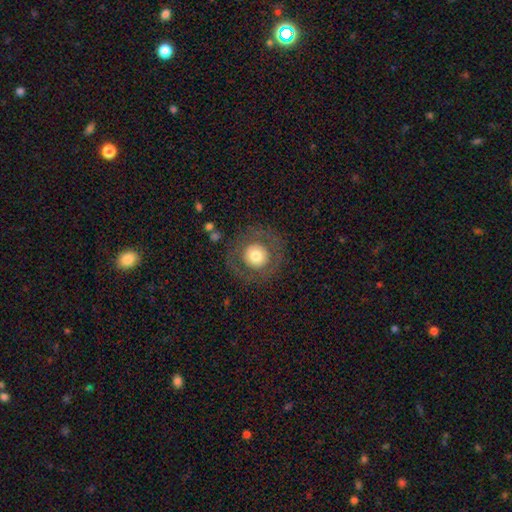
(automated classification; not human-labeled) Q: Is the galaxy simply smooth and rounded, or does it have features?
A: smooth — 60%.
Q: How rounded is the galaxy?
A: round — 95%.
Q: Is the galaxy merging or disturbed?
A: none — 82%.